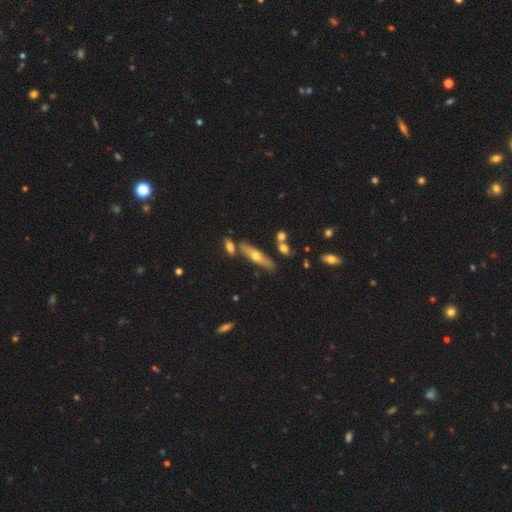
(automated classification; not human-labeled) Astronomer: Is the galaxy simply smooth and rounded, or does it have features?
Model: featured or disk — 60%.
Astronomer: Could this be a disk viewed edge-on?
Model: yes — 82%.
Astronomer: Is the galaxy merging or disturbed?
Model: none — 73%.